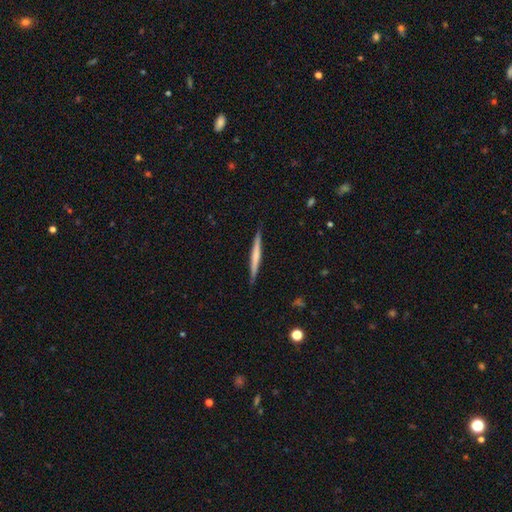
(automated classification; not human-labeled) Smooth or featured: featured or disk — 48% (smooth — 47%)
Merging: none — 90% (minor disturbance — 8%)